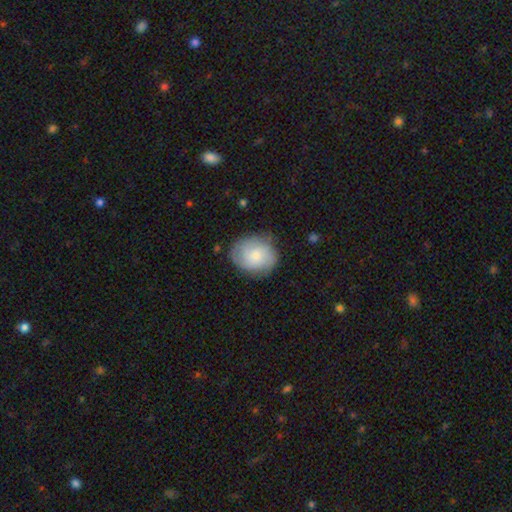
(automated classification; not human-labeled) This is possibly a featured or disk galaxy (48%). Merging: likely none (73%).